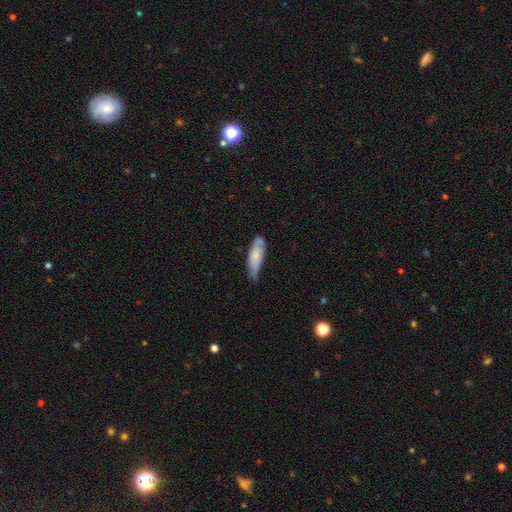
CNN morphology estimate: smooth_or_featured: smooth (p=0.63) [alt: featured or disk p=0.31]
how_rounded: in between (p=0.61) [alt: cigar-shaped p=0.37]
merging: none (p=0.45) [alt: minor disturbance p=0.43]